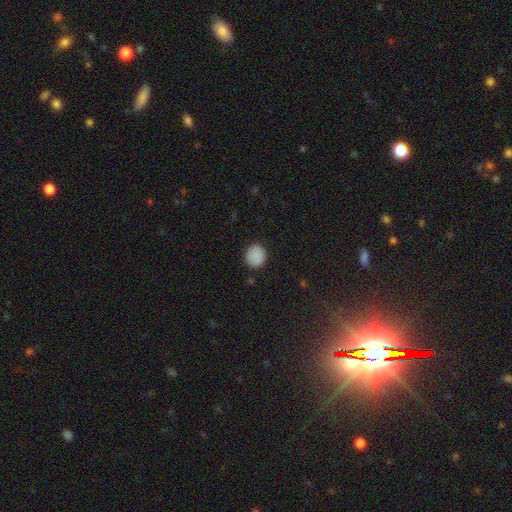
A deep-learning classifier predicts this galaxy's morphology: This appears to be a smooth galaxy with no disk features (87%) that is round (79%). Merging: none (87%).